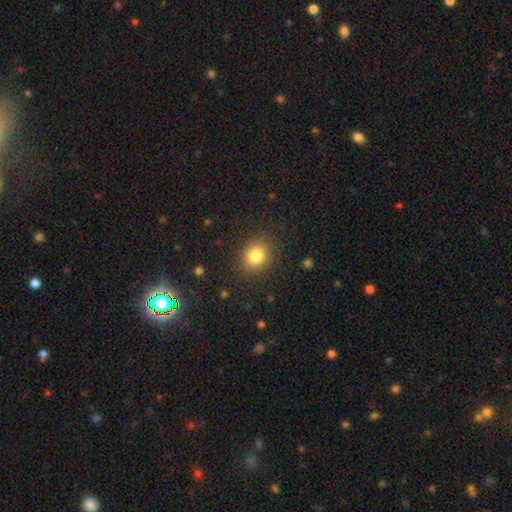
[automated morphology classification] smooth-or-featured: smooth: 82% | star or artifact: 11% | featured or disk: 7%
  how-rounded: round: 59% | in between: 40% | cigar-shaped: 1%
  merging: none: 85% | minor disturbance: 10% | major disturbance: 4% | merger: 1%